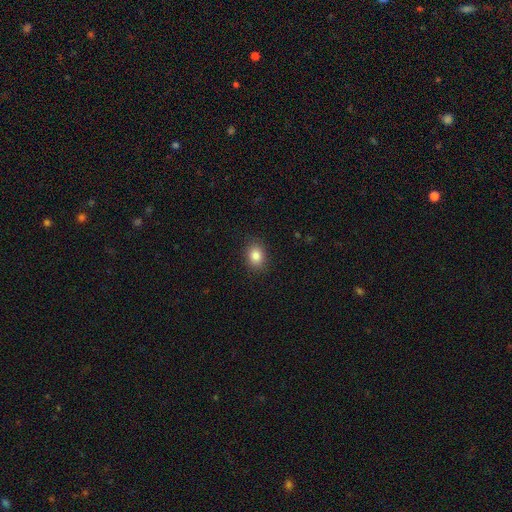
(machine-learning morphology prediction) Smooth or featured? Predicted: smooth (p=0.84). How rounded? Predicted: in between (p=0.55). Merging? Predicted: none (p=0.89).